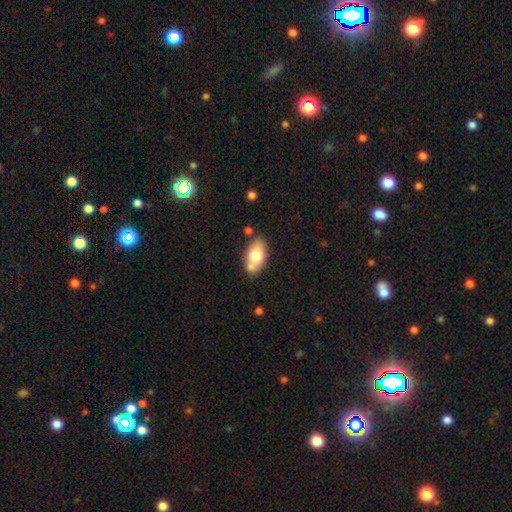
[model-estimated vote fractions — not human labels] Smooth or featured? Predicted: smooth (p=0.72). How rounded? Predicted: in between (p=0.92). Merging? Predicted: none (p=0.67).